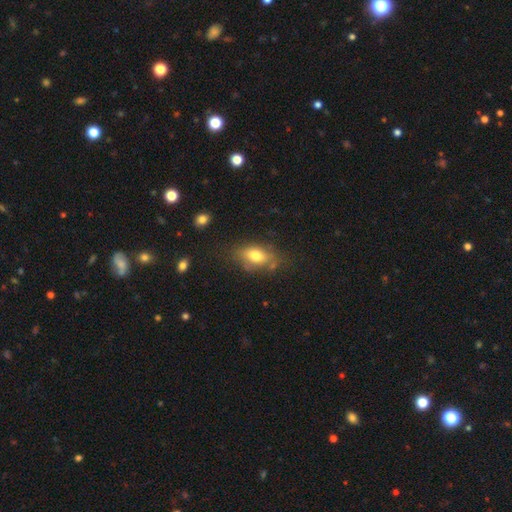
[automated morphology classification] Smooth or featured? smooth (73%)
How rounded? in between (83%)
Merging? none (64%)